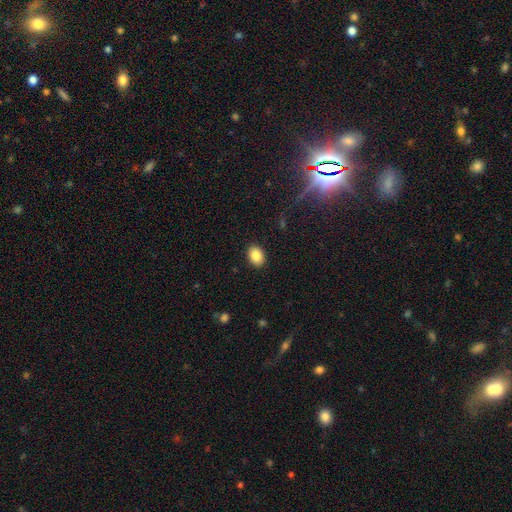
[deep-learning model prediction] Morphology: type=smooth (86%); roundness=in between (75%); merging=none (90%).